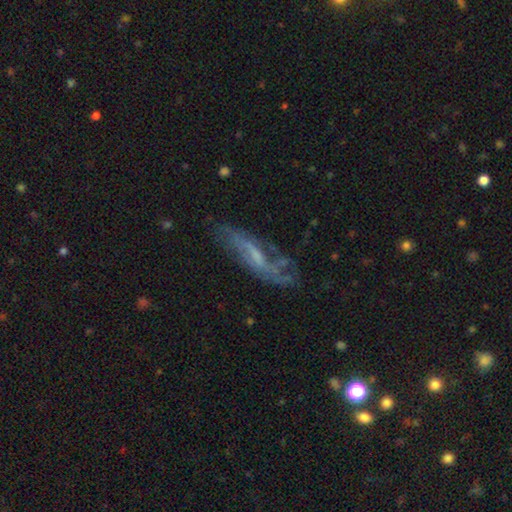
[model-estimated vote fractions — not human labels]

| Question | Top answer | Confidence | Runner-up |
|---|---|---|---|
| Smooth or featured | featured or disk | 62% | smooth (21%) |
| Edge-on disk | no | 62% | yes (38%) |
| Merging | none | 70% | minor disturbance (19%) |